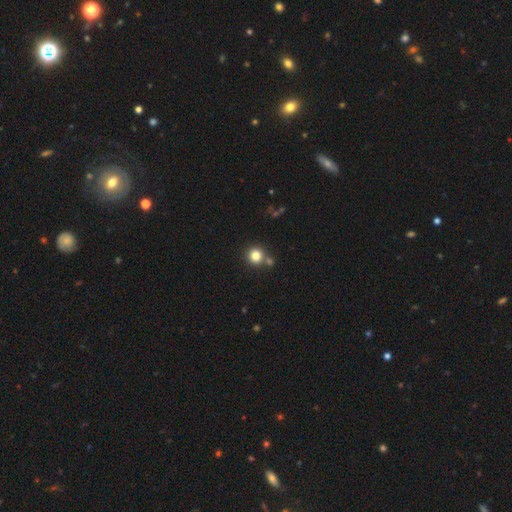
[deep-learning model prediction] Smooth or featured? smooth (81%)
How rounded? round (92%)
Merging? none (74%)